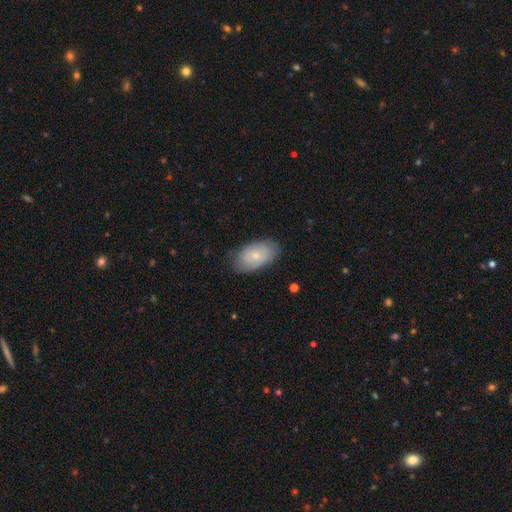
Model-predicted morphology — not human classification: Q: Smooth or featured?
A: smooth (66%); runner-up: featured or disk (28%)
Q: How rounded?
A: in between (93%); runner-up: round (5%)
Q: Merging?
A: none (80%); runner-up: minor disturbance (16%)